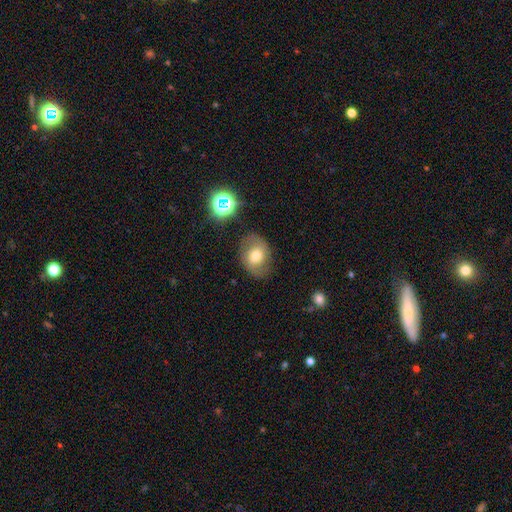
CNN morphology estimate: A smooth galaxy with no disk features (49%).

Vote fractions:
- Smooth or featured? smooth: 49% / featured or disk: 39% / star or artifact: 12%
- Merging? none: 75% / minor disturbance: 16% / major disturbance: 6% / merger: 2%